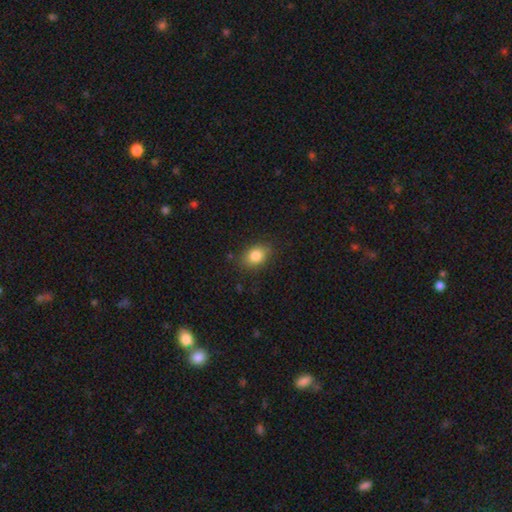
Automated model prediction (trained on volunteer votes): A smooth galaxy with no disk features (84%) that is in between round and cigar-shaped (65%).

Vote fractions:
- Smooth or featured? smooth: 84% / star or artifact: 9% / featured or disk: 7%
- How rounded? in between: 65% / round: 33% / cigar-shaped: 1%
- Merging? none: 82% / minor disturbance: 13% / major disturbance: 3% / merger: 1%